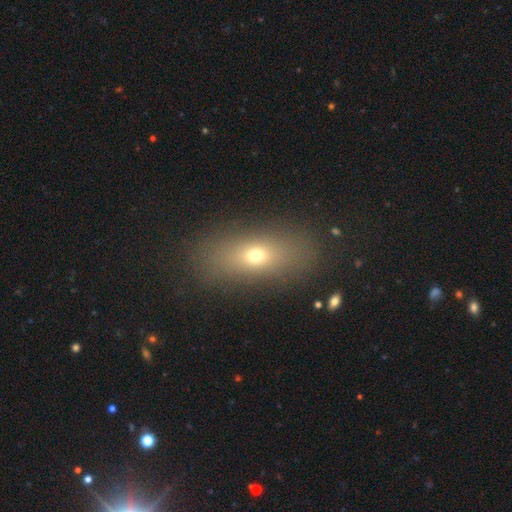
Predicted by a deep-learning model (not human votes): Smooth or featured?
  - smooth: 65% *
  - featured or disk: 21%
  - star or artifact: 15%
How rounded?
  - in between: 71% *
  - cigar-shaped: 17%
  - round: 12%
Merging?
  - none: 83% *
  - minor disturbance: 10%
  - major disturbance: 5%
  - merger: 2%